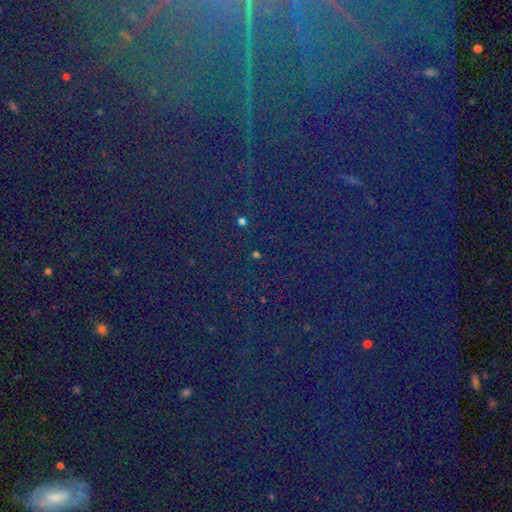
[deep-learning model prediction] This appears to be a star or artifact, not a galaxy (83%).